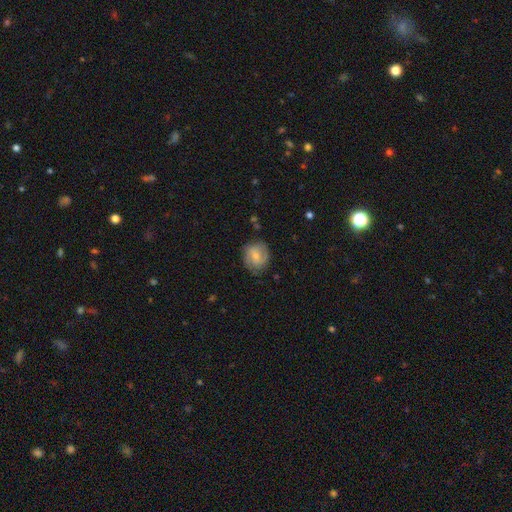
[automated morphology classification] A featured or disk galaxy (52%) with a weak bar (51%), spiral arms (84%) and a small central bulge (49%). Merging: none (73%).